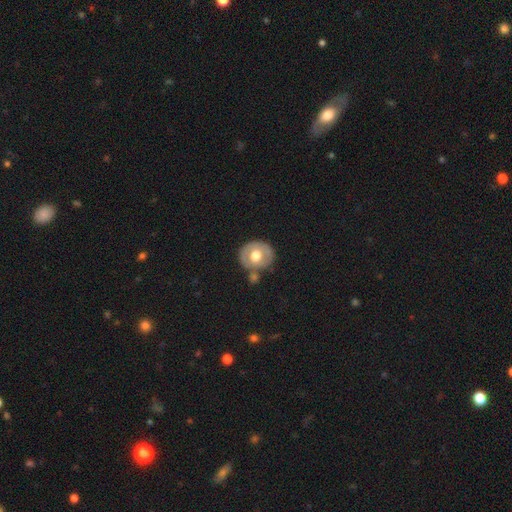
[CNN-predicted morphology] This appears to be a smooth galaxy with no disk features (53%) that is round (72%). Merging: none (66%).